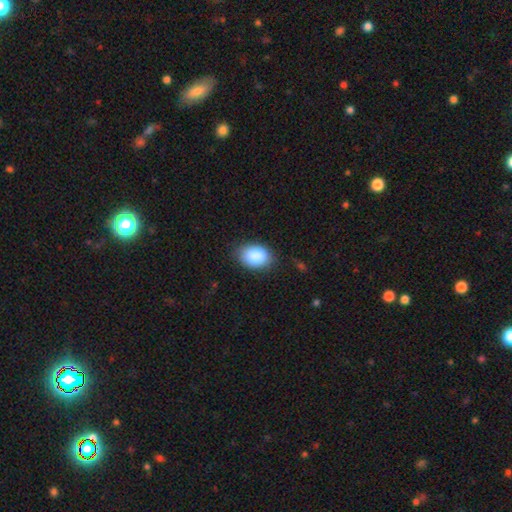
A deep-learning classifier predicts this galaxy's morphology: The model was most divided on "merging": none: 78%, minor disturbance: 16%, major disturbance: 4%, merger: 2%. More confident: smooth or featured — smooth (87%); how rounded — in between (82%).